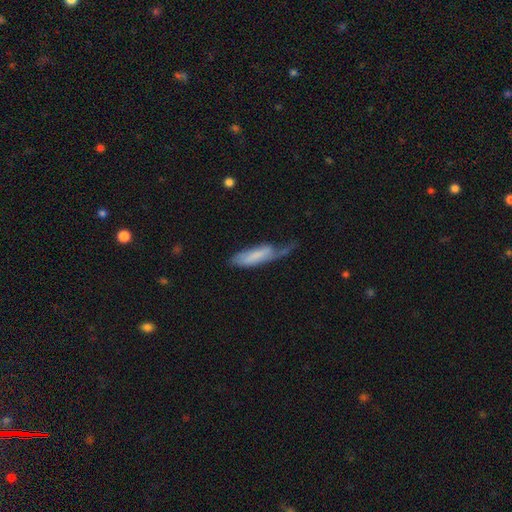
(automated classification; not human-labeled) This appears to be a smooth galaxy with no disk features (63%) that is cigar-shaped (51%). Merging: major disturbance (38%).